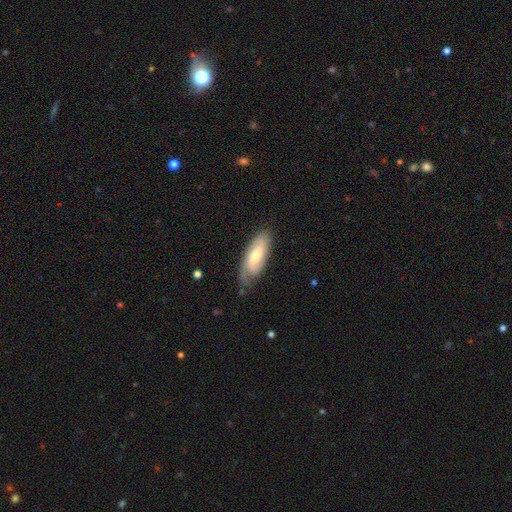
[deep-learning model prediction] This is possibly a featured or disk galaxy (52%). It is clearly not viewed edge-on (85%). Merging: likely none (65%).